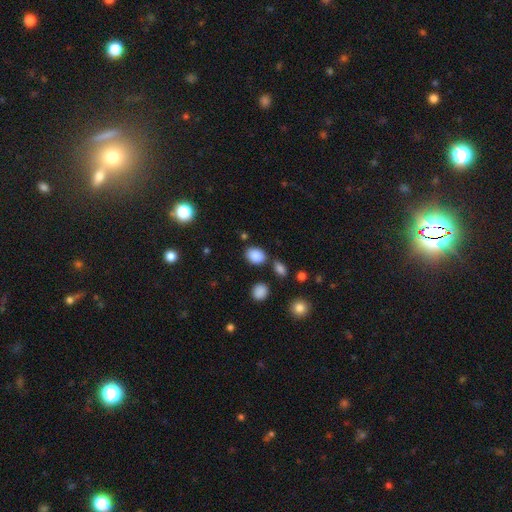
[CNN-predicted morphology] Smooth or featured? smooth (86%)
How rounded? in between (69%)
Merging? none (78%)